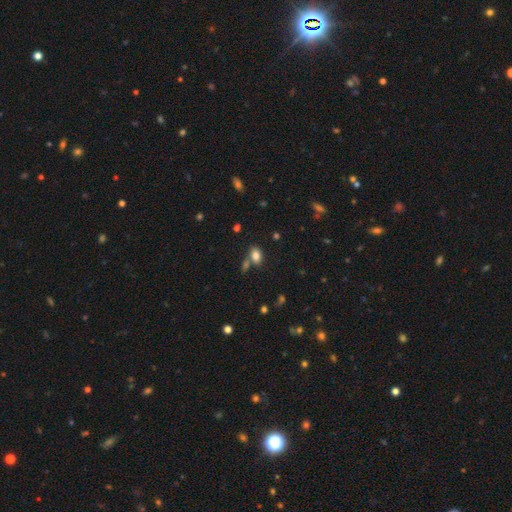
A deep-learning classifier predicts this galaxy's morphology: Smooth or featured: smooth — 81% (star or artifact — 11%)
How rounded: in between — 86% (round — 12%)
Merging: none — 62% (merger — 21%)